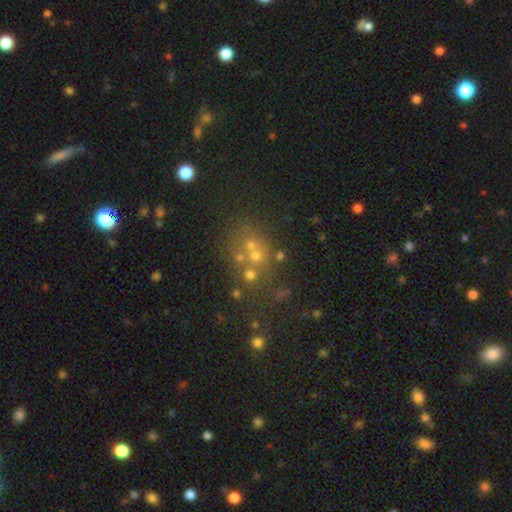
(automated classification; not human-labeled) Overall: smooth (43%; star or artifact 34%). Merging: none (49%; merger 35%).